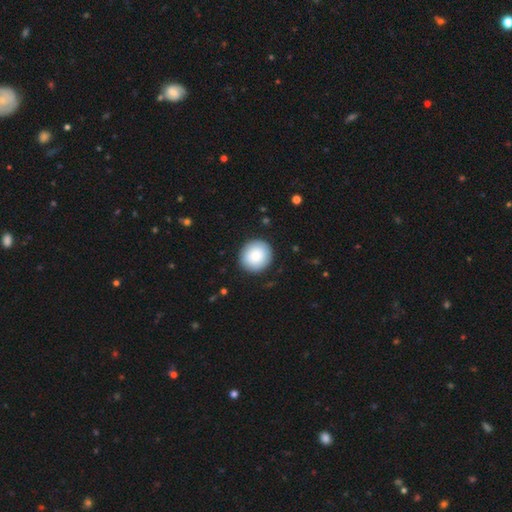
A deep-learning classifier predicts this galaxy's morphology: Overall: smooth (88%). How rounded: round (91%). Merging: none (91%).